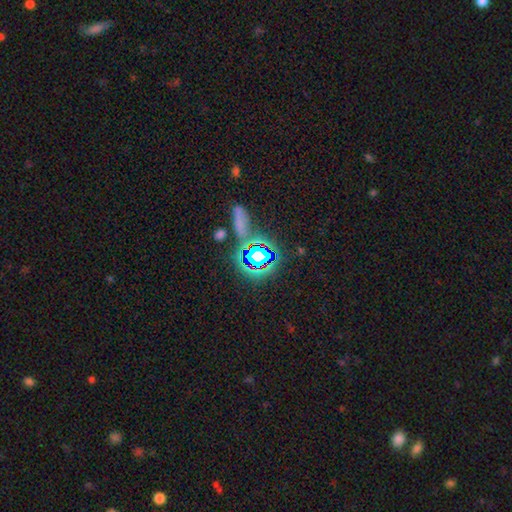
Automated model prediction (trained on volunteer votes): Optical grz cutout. It shows a star or artifact, not a galaxy (62%).